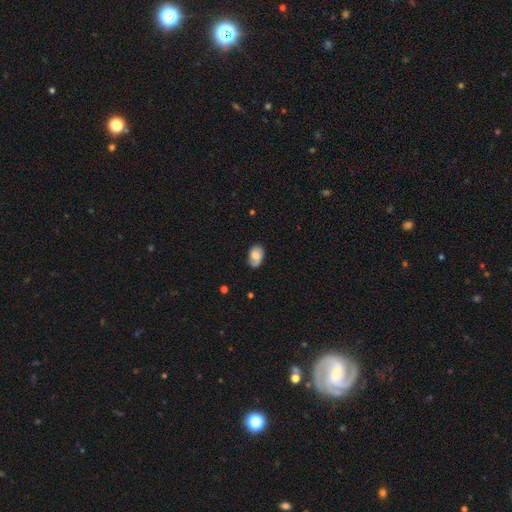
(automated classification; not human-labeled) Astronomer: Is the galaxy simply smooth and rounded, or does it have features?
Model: smooth — 63%.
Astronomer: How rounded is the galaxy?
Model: in between — 84%.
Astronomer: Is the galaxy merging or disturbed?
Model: none — 74%.